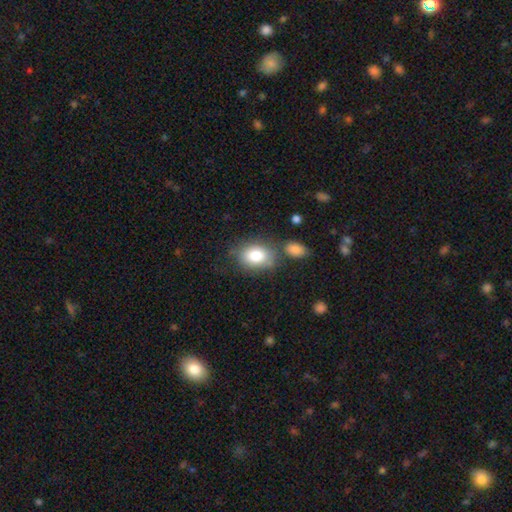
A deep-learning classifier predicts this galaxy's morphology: This appears to be a smooth galaxy with no disk features (83%) that is in between round and cigar-shaped (70%). Merging: none (61%).